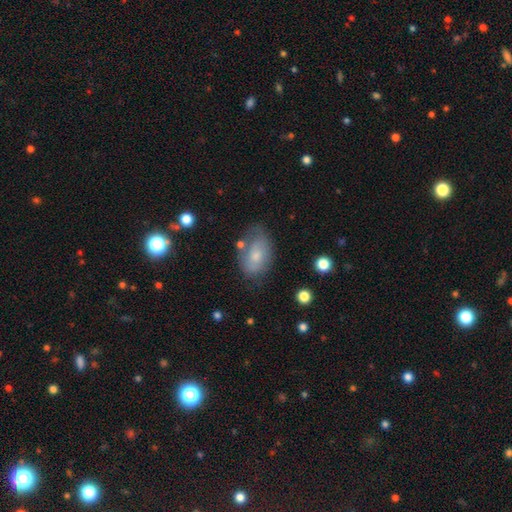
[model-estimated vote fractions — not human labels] Q: Smooth or featured?
A: smooth (61%); runner-up: featured or disk (30%)
Q: How rounded?
A: in between (88%); runner-up: round (10%)
Q: Merging?
A: none (56%); runner-up: minor disturbance (27%)